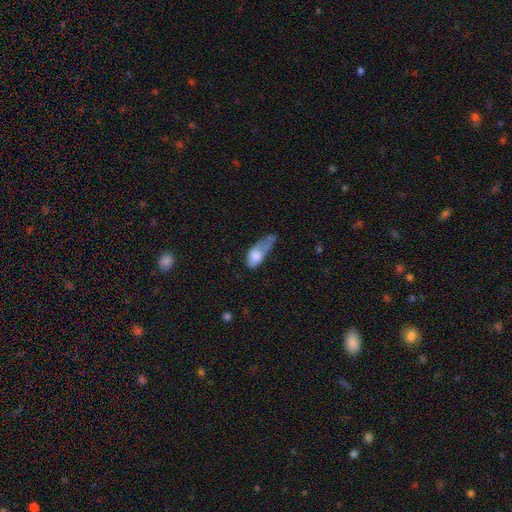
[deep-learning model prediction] A smooth galaxy with no disk features (71%) that is in between round and cigar-shaped (81%).

Vote fractions:
- Smooth or featured? smooth: 71% / featured or disk: 22% / star or artifact: 7%
- How rounded? in between: 81% / cigar-shaped: 14% / round: 6%
- Merging? major disturbance: 46% / minor disturbance: 29% / none: 15% / merger: 10%